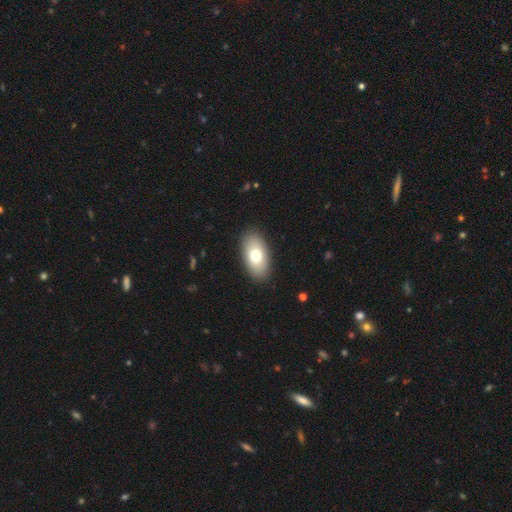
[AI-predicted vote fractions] smooth-or-featured: smooth: 73% | featured or disk: 20% | star or artifact: 7%
  how-rounded: in between: 94% | round: 4% | cigar-shaped: 2%
  merging: none: 89% | minor disturbance: 8% | major disturbance: 2% | merger: 1%